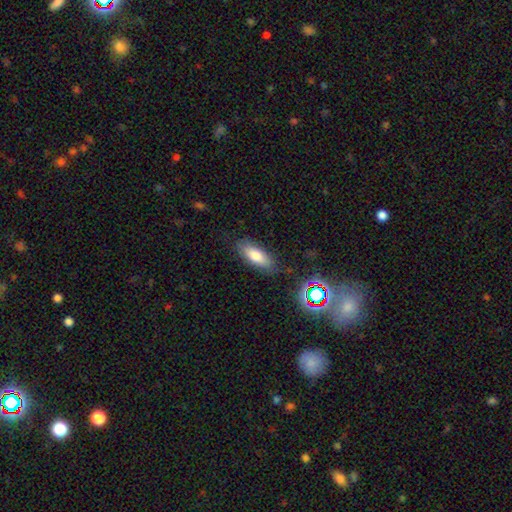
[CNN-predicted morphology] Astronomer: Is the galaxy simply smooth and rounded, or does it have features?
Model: smooth — 77%.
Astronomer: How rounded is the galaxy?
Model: in between — 71%.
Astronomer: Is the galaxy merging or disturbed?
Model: none — 81%.